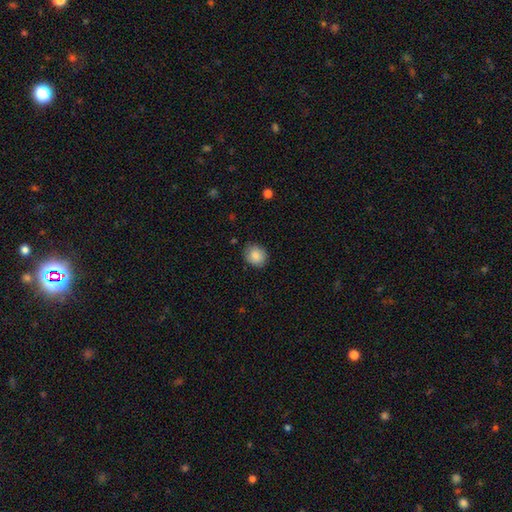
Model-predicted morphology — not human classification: Smooth or featured? smooth (87%)
How rounded? round (69%)
Merging? none (83%)